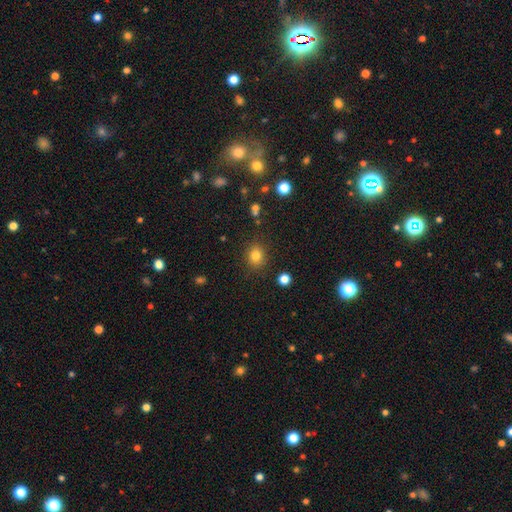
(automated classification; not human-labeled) A smooth galaxy with no disk features (81%) that is round (71%). Merging: none (85%).